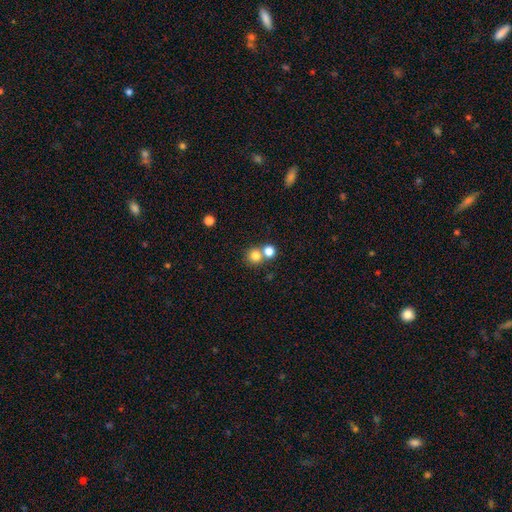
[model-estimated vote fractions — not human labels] Smooth or featured?
  - smooth: 79% *
  - star or artifact: 13%
  - featured or disk: 8%
How rounded?
  - round: 91% *
  - in between: 9%
  - cigar-shaped: 1%
Merging?
  - none: 54% *
  - merger: 38%
  - minor disturbance: 6%
  - major disturbance: 2%